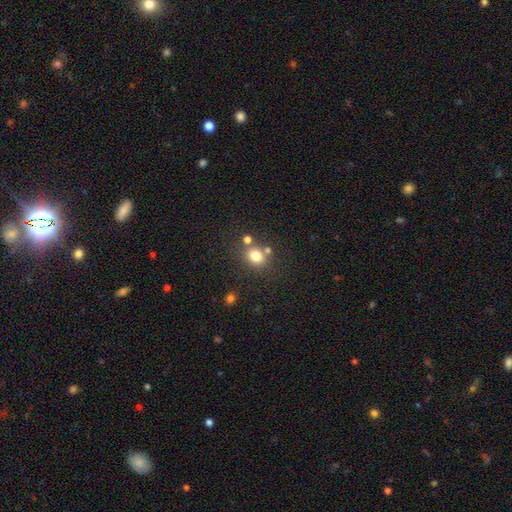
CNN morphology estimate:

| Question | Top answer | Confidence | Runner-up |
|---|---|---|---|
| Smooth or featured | smooth | 78% | star or artifact (14%) |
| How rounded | round | 68% | in between (31%) |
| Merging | none | 68% | merger (17%) |